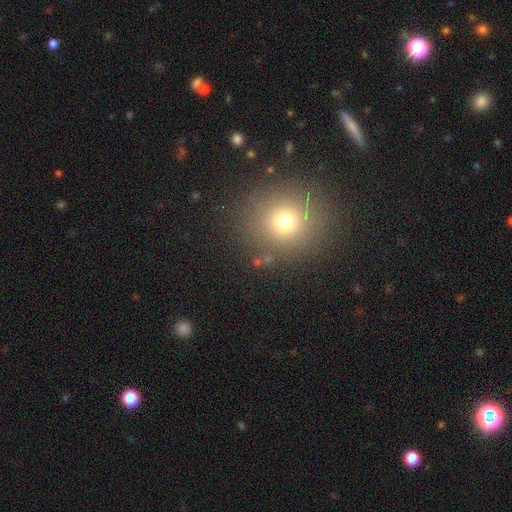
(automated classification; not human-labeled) This is likely a smooth galaxy (62%). How rounded: clearly round (85%). Merging: clearly none (87%).